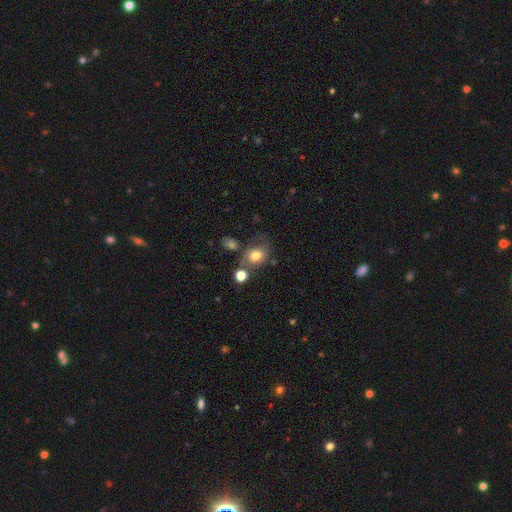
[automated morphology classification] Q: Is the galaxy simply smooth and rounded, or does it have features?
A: smooth — 73%.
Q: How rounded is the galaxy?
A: round — 50%.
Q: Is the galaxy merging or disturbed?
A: none — 52%.